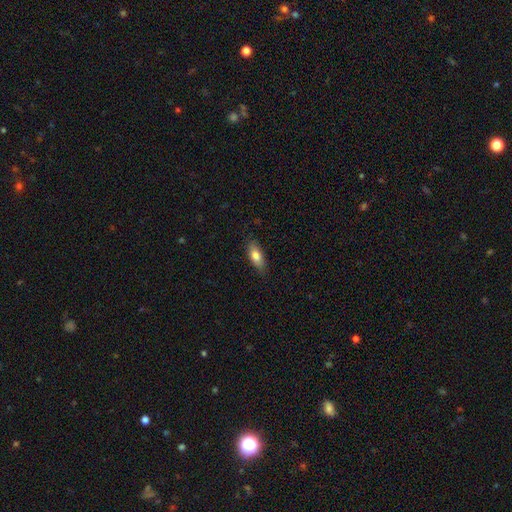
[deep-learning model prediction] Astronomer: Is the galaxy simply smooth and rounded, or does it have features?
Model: smooth — 78%.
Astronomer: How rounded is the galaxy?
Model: in between — 77%.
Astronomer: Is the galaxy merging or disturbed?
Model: none — 83%.